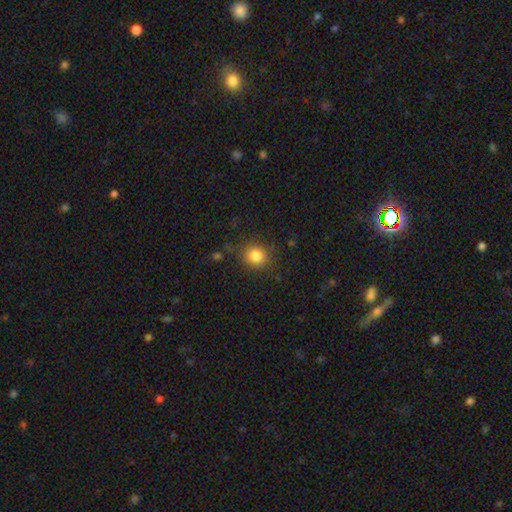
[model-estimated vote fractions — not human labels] smooth_or_featured: smooth (p=0.83) [alt: star or artifact p=0.11]
how_rounded: round (p=0.86) [alt: in between p=0.13]
merging: none (p=0.84) [alt: minor disturbance p=0.10]